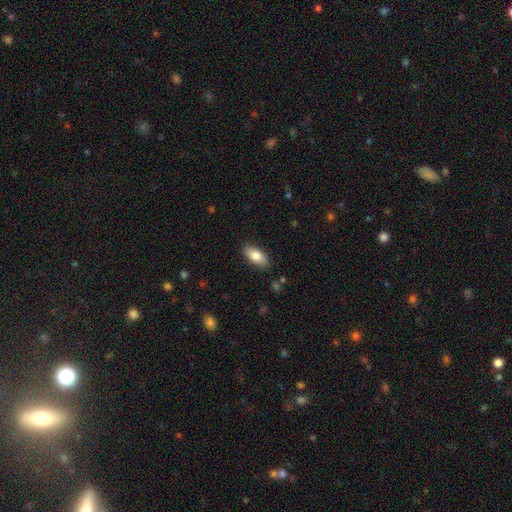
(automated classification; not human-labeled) Smooth or featured?
  - smooth: 81% *
  - featured or disk: 12%
  - star or artifact: 7%
How rounded?
  - in between: 90% *
  - cigar-shaped: 8%
  - round: 3%
Merging?
  - none: 87% *
  - minor disturbance: 10%
  - major disturbance: 2%
  - merger: 1%